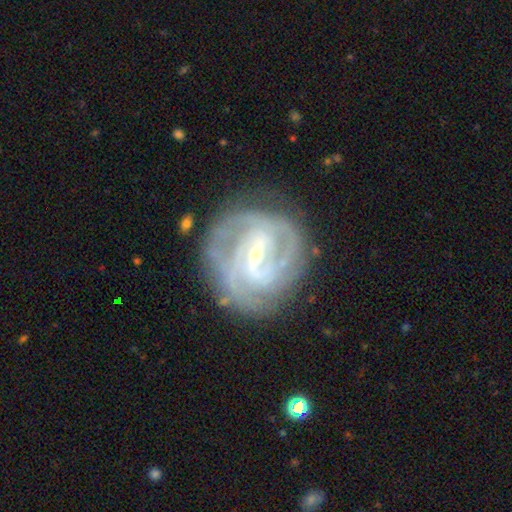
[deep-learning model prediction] Morphology: type=featured or disk (87%); edge-on=no (97%); bar=weak (46%); spiral arms=yes (95%); winding=tight (62%); arm count=2 (35%); bulge=small (71%); merging=none (76%).